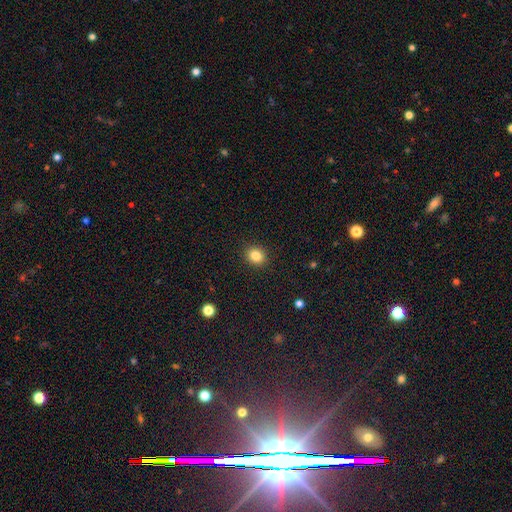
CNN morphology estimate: A smooth galaxy with no disk features (84%) that is round (70%).

Vote fractions:
- Smooth or featured? smooth: 84% / star or artifact: 11% / featured or disk: 5%
- How rounded? round: 70% / in between: 29% / cigar-shaped: 1%
- Merging? none: 91% / minor disturbance: 6% / major disturbance: 2% / merger: 1%